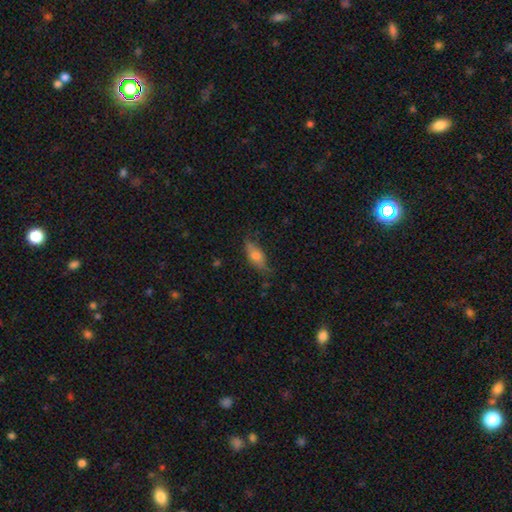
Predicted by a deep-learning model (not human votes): Smooth or featured? smooth (66%)
How rounded? in between (71%)
Merging? none (65%)